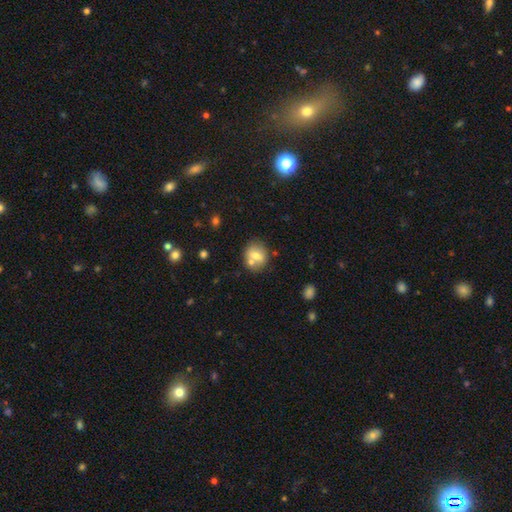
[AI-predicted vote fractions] The model was most divided on "how rounded": round: 66%, in between: 32%, cigar-shaped: 2%. More confident: smooth or featured — smooth (66%); merging — none (63%).